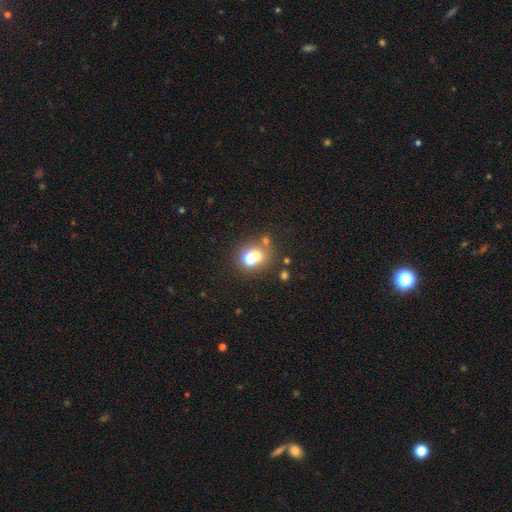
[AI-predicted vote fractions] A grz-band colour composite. It shows a smooth galaxy with no disk features (63%) that is round (71%). Merging: none (46%).